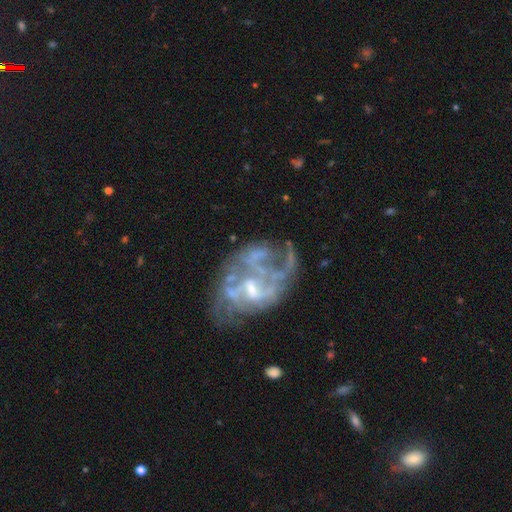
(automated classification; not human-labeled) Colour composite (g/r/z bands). It shows a featured or disk galaxy (80%) with a weak bar (44%), medium (39%) spiral arms (71%) and a small central bulge (48%). Merging: major disturbance (37%).